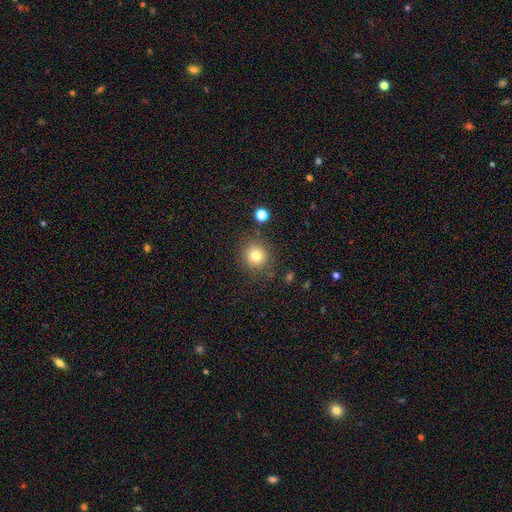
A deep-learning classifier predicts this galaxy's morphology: Q: Smooth or featured?
A: smooth (80%); runner-up: star or artifact (13%)
Q: How rounded?
A: round (92%); runner-up: in between (7%)
Q: Merging?
A: none (85%); runner-up: minor disturbance (9%)